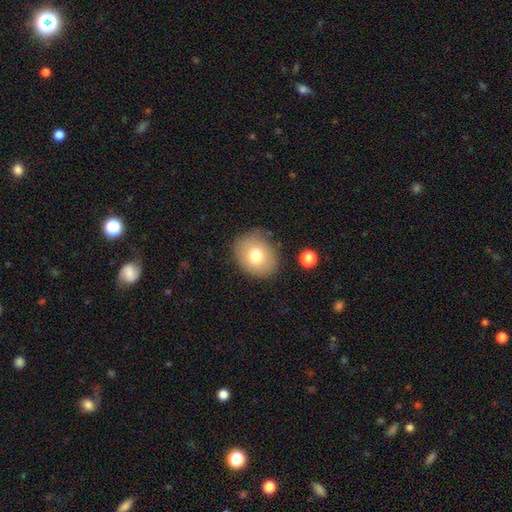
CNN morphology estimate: This appears to be a smooth galaxy with no disk features (74%) that is round (66%). Merging: none (73%).